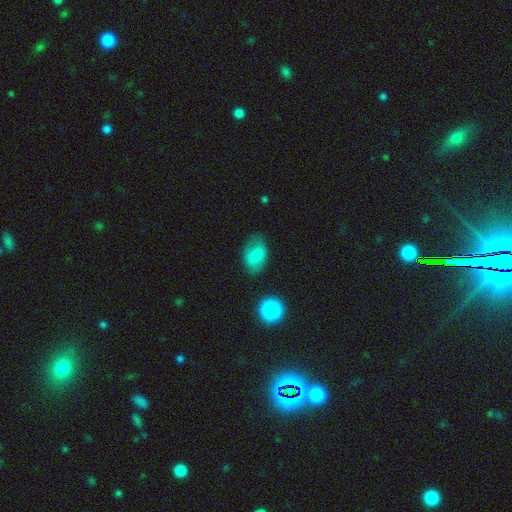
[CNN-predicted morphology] smooth-or-featured: smooth: 73% | featured or disk: 18% | star or artifact: 9%
  how-rounded: in between: 83% | round: 15% | cigar-shaped: 1%
  merging: none: 75% | minor disturbance: 18% | major disturbance: 5% | merger: 2%